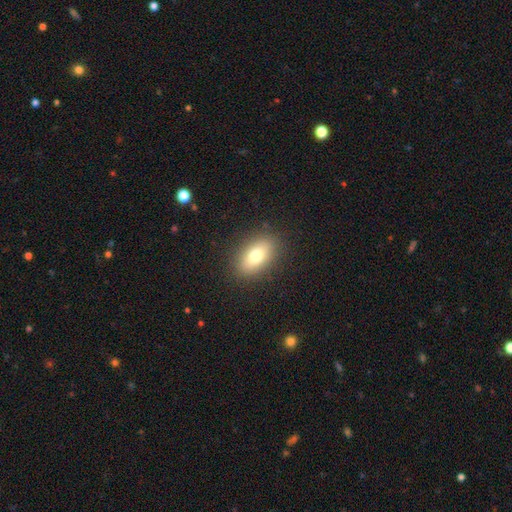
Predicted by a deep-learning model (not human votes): Q: Smooth or featured?
A: smooth (76%); runner-up: featured or disk (16%)
Q: How rounded?
A: in between (87%); runner-up: round (9%)
Q: Merging?
A: none (87%); runner-up: minor disturbance (9%)